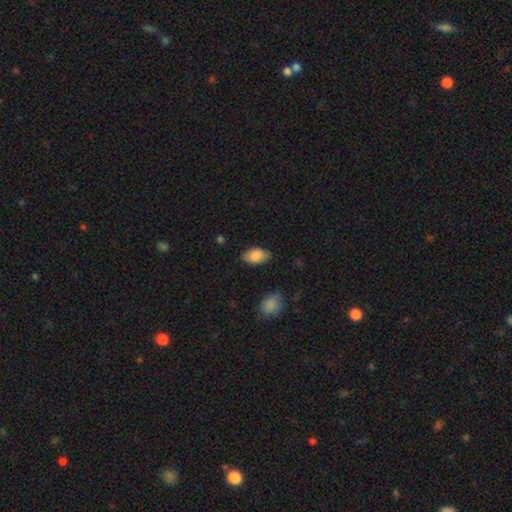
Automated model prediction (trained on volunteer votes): A smooth galaxy with no disk features (85%) that is in between round and cigar-shaped (93%). Merging: none (78%).